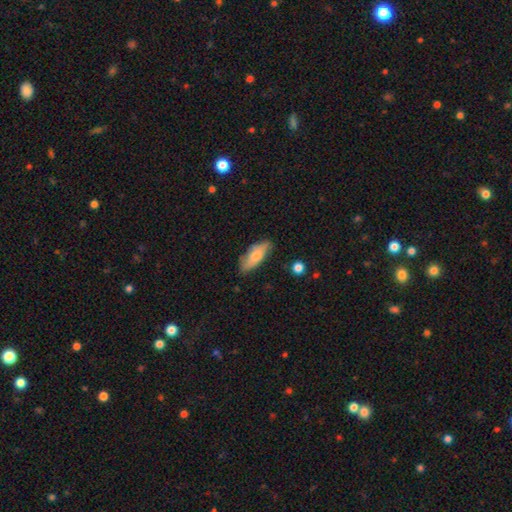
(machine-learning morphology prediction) Overall: smooth (69%). How rounded: in between (75%). Merging: none (76%).